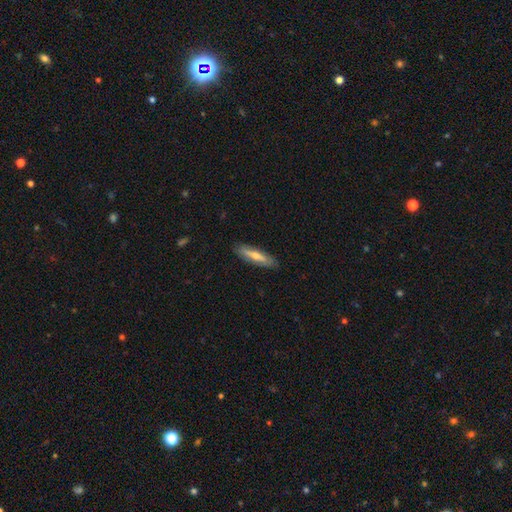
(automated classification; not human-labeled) featured or disk 48%, smooth 45%, star or artifact 7%. Down the decision tree: merging — none (88%).